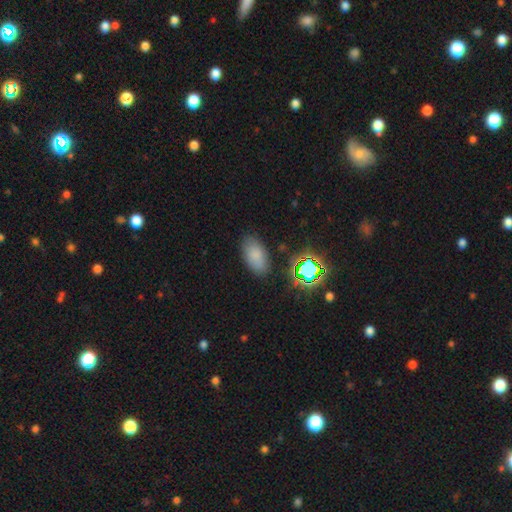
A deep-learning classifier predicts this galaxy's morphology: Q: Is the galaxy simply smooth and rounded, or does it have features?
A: smooth — 77%.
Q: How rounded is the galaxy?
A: in between — 93%.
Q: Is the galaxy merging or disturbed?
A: none — 81%.